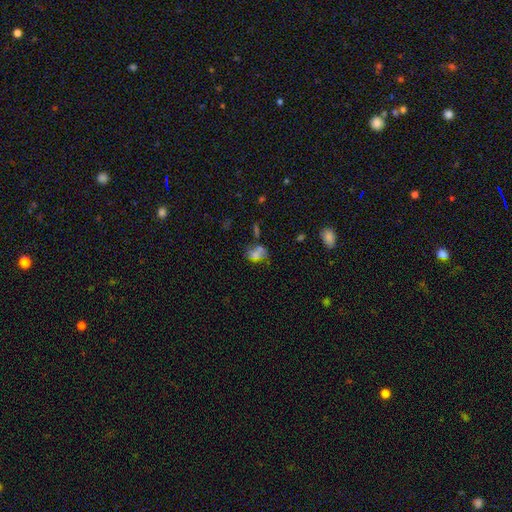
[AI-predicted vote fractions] A smooth galaxy with no disk features (60%) that is in between round and cigar-shaped (61%).

Vote fractions:
- Smooth or featured? smooth: 60% / featured or disk: 23% / star or artifact: 18%
- How rounded? in between: 61% / round: 37% / cigar-shaped: 2%
- Merging? none: 39% / merger: 29% / minor disturbance: 19% / major disturbance: 12%